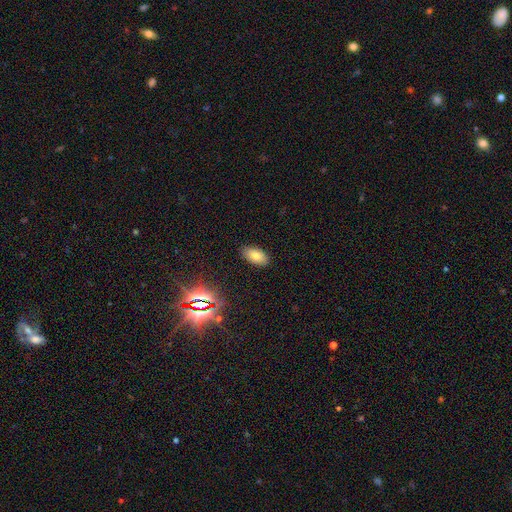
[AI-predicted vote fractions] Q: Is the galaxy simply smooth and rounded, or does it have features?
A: smooth — 68%.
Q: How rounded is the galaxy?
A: in between — 93%.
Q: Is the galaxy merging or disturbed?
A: none — 89%.